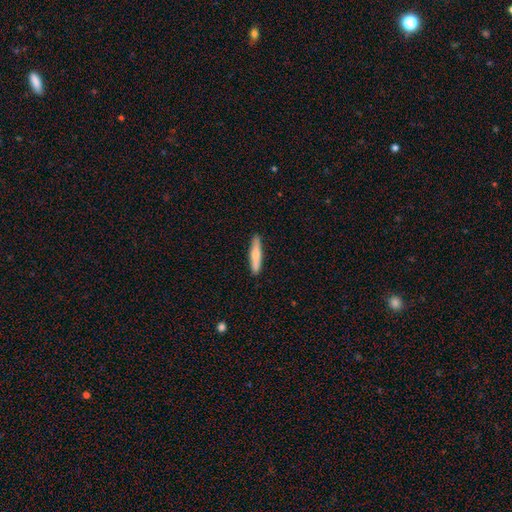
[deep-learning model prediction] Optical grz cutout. It shows a smooth galaxy with no disk features (65%) that is cigar-shaped (89%). Merging: none (89%).